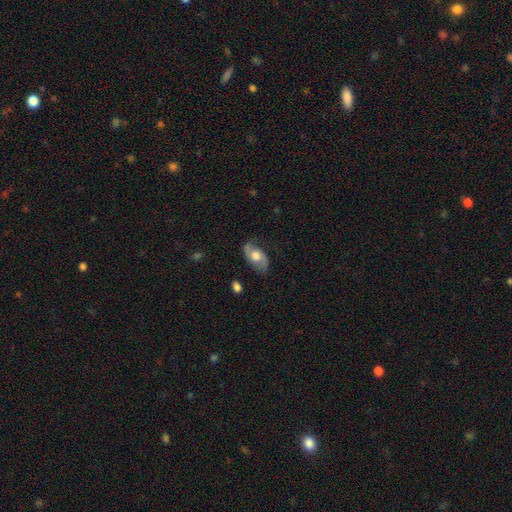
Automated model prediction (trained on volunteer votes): smooth-or-featured: featured or disk: 52% | smooth: 42% | star or artifact: 7%
  disk-edge-on: no: 91% | yes: 9%
  merging: none: 69% | minor disturbance: 22% | major disturbance: 7% | merger: 2%